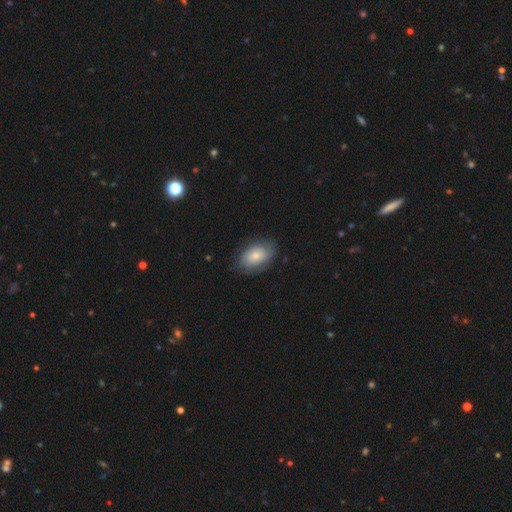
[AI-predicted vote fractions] smooth 64%, featured or disk 30%, star or artifact 7%. Down the decision tree: how rounded — in between (88%); merging — none (73%).